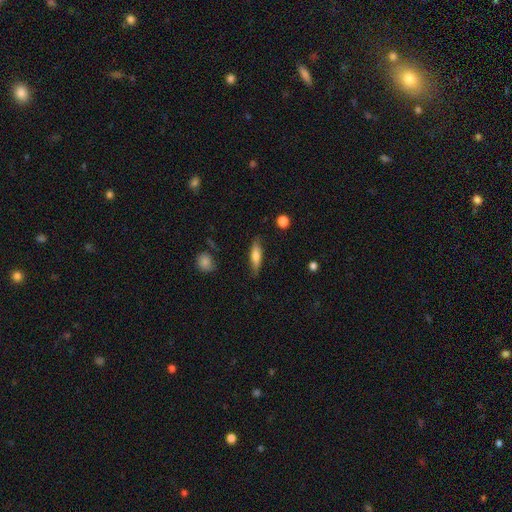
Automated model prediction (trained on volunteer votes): This is likely a smooth galaxy (64%). How rounded: likely cigar-shaped (67%). Merging: clearly none (81%).